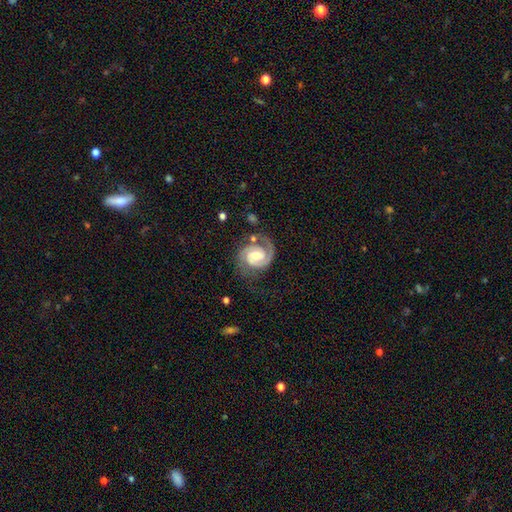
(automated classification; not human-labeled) Smooth or featured: featured or disk — 90% (smooth — 5%)
Edge-on disk: no — 98% (yes — 2%)
Bar: weak — 44% (no — 42%)
Spiral arms: yes — 98% (no — 2%)
Spiral winding: tight — 57% (medium — 37%)
Spiral arm count: 2 — 85% (1 — 6%)
Bulge size: moderate — 63% (small — 24%)
Merging: none — 68% (minor disturbance — 19%)